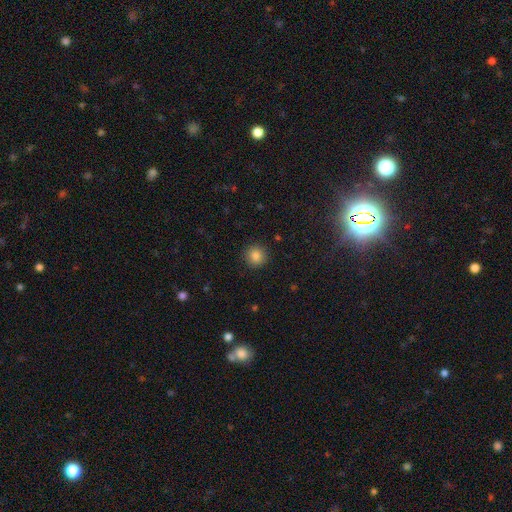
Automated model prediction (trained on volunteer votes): Smooth or featured?
  - smooth: 83% *
  - star or artifact: 11%
  - featured or disk: 5%
How rounded?
  - round: 94% *
  - in between: 5%
  - cigar-shaped: 1%
Merging?
  - none: 91% *
  - minor disturbance: 5%
  - major disturbance: 2%
  - merger: 1%